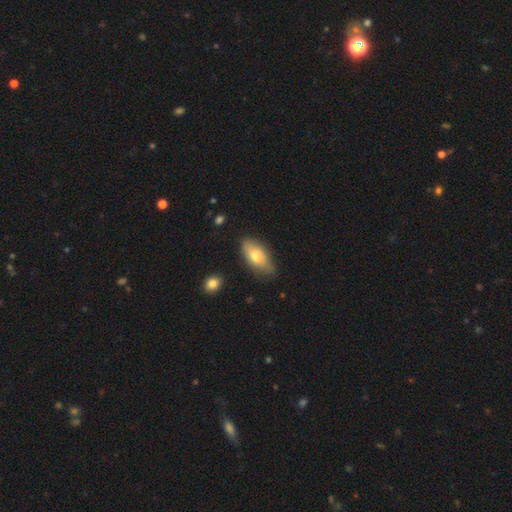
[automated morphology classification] Smooth or featured? smooth (74%)
How rounded? in between (88%)
Merging? none (76%)